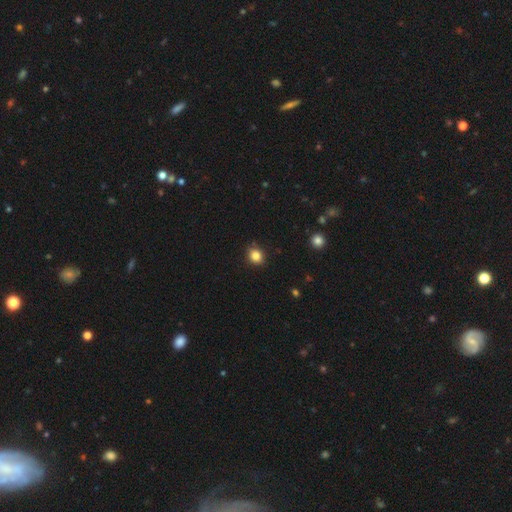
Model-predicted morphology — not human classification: smooth_or_featured: smooth (p=0.85) [alt: star or artifact p=0.11]
how_rounded: round (p=0.73) [alt: in between p=0.26]
merging: none (p=0.87) [alt: minor disturbance p=0.09]